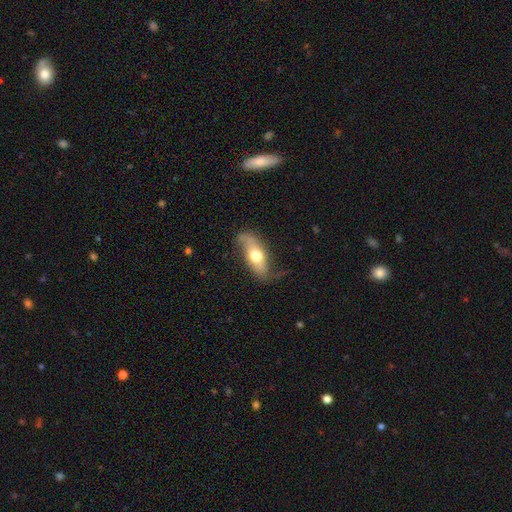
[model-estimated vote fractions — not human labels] A featured or disk galaxy (51%).

Vote fractions:
- Smooth or featured? featured or disk: 51% / smooth: 43% / star or artifact: 6%
- Edge-on disk? no: 69% / yes: 31%
- Merging? none: 62% / minor disturbance: 25% / major disturbance: 11% / merger: 2%